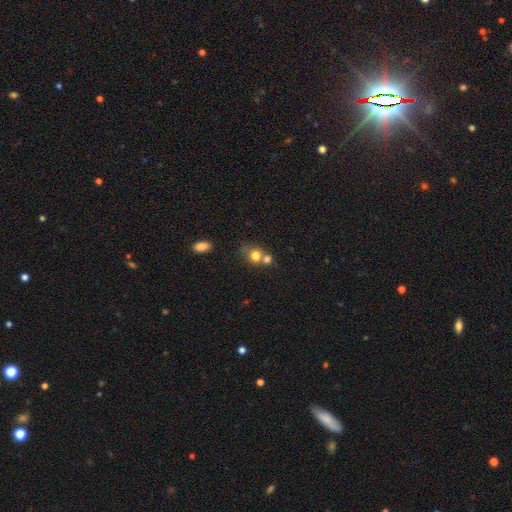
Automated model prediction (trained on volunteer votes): Smooth or featured?
  - smooth: 76% *
  - star or artifact: 12%
  - featured or disk: 12%
How rounded?
  - round: 76% *
  - in between: 23%
  - cigar-shaped: 1%
Merging?
  - merger: 46% *
  - none: 41%
  - minor disturbance: 9%
  - major disturbance: 4%